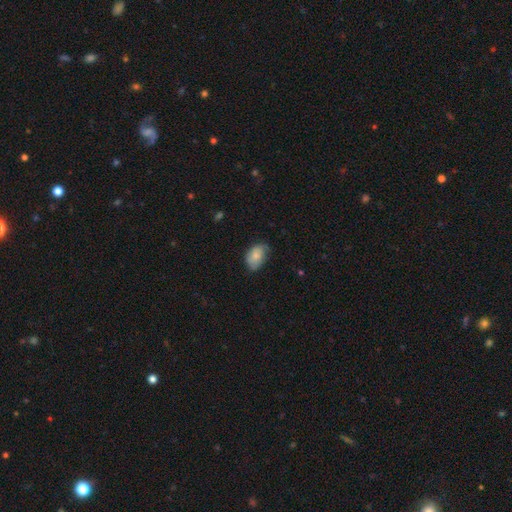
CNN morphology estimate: smooth_or_featured: smooth (p=0.71) [alt: featured or disk p=0.22]
how_rounded: in between (p=0.86) [alt: round p=0.12]
merging: none (p=0.58) [alt: minor disturbance p=0.33]